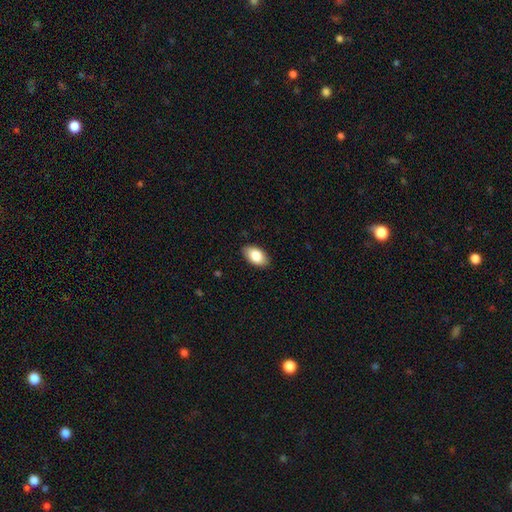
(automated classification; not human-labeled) A smooth galaxy with no disk features (85%) that is in between round and cigar-shaped (94%).

Vote fractions:
- Smooth or featured? smooth: 85% / featured or disk: 8% / star or artifact: 6%
- How rounded? in between: 94% / round: 4% / cigar-shaped: 2%
- Merging? none: 88% / minor disturbance: 9% / major disturbance: 2% / merger: 1%